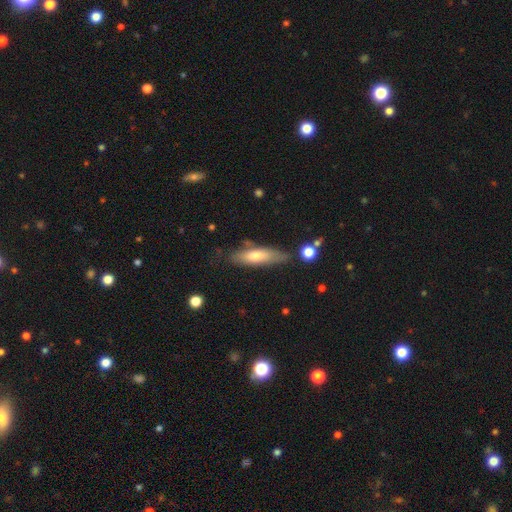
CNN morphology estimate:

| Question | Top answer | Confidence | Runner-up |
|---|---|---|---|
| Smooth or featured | smooth | 57% | featured or disk (36%) |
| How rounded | cigar-shaped | 62% | in between (36%) |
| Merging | none | 69% | minor disturbance (21%) |